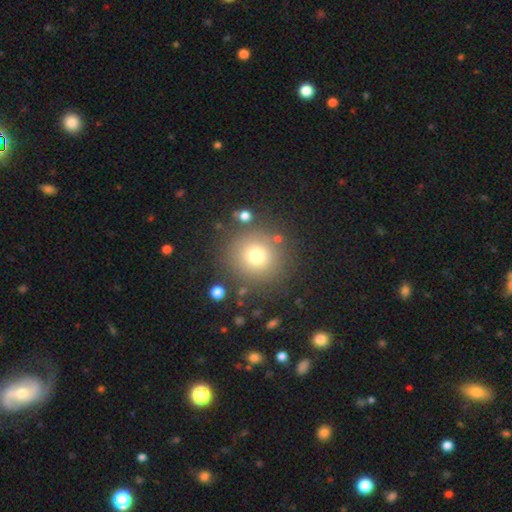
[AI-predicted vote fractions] A smooth galaxy with no disk features (73%) that is round (94%). Merging: none (83%).